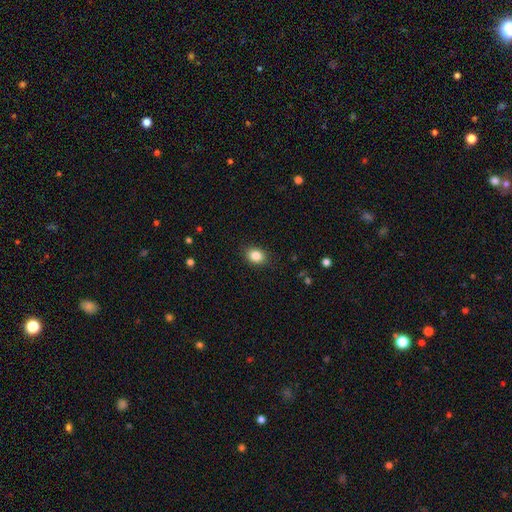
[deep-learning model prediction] Smooth or featured? smooth (85%)
How rounded? in between (58%)
Merging? none (87%)